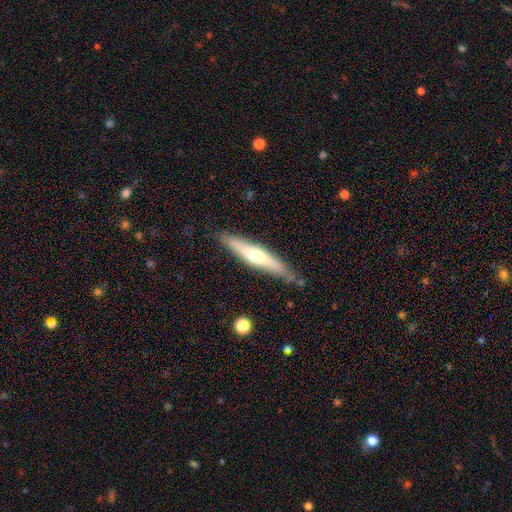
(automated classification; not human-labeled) Morphology: type=featured or disk (52%); edge-on=yes (91%); merging=none (82%).